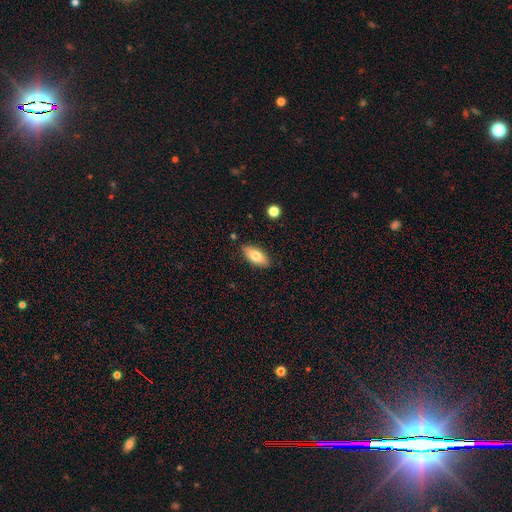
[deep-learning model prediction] Smooth or featured? Predicted: smooth (p=0.75). How rounded? Predicted: in between (p=0.84). Merging? Predicted: none (p=0.85).